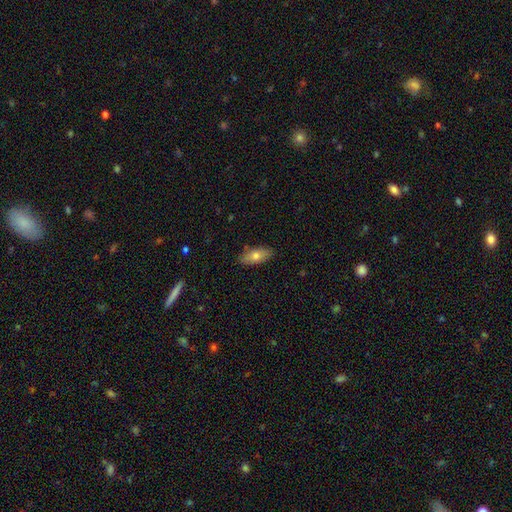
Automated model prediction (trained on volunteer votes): Smooth or featured? Predicted: smooth (p=0.71). How rounded? Predicted: in between (p=0.79). Merging? Predicted: none (p=0.85).